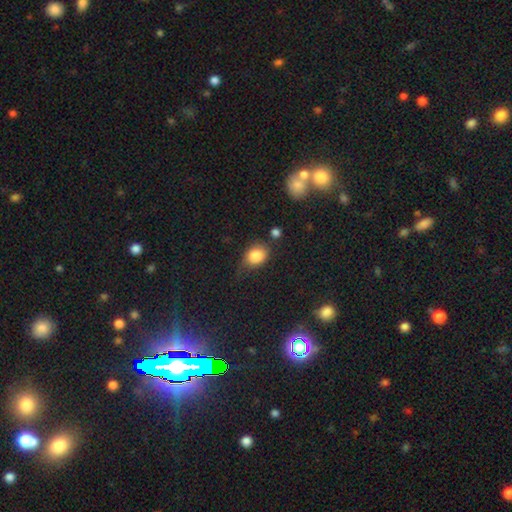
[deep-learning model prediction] Morphology: type=smooth (83%); roundness=in between (54%); merging=none (56%).